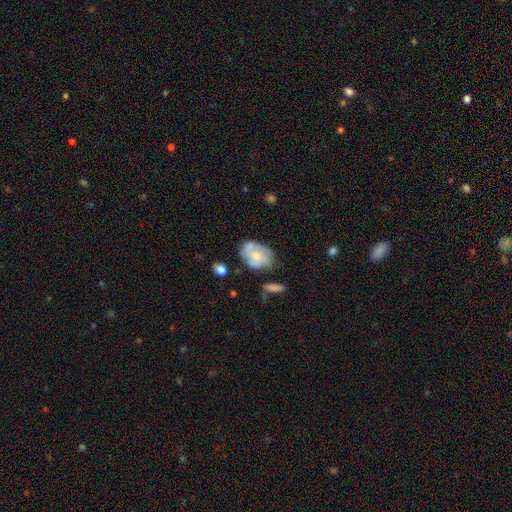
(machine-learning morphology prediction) Smooth or featured? Predicted: smooth (p=0.47). Merging? Predicted: none (p=0.51).